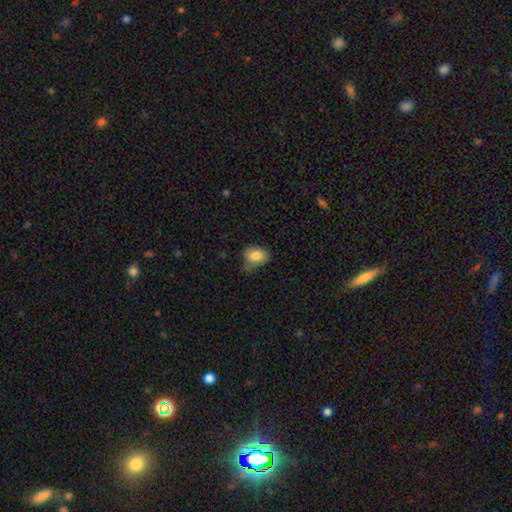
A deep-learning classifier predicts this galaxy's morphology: smooth-or-featured: smooth: 80% | featured or disk: 11% | star or artifact: 8%
  how-rounded: in between: 69% | round: 30% | cigar-shaped: 1%
  merging: none: 50% | minor disturbance: 36% | major disturbance: 11% | merger: 3%